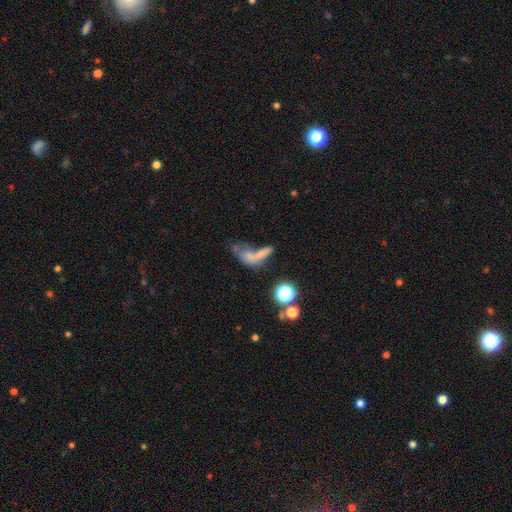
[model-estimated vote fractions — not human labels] Overall: smooth (49%; featured or disk 31%). Merging: merger (38%; major disturbance 28%).